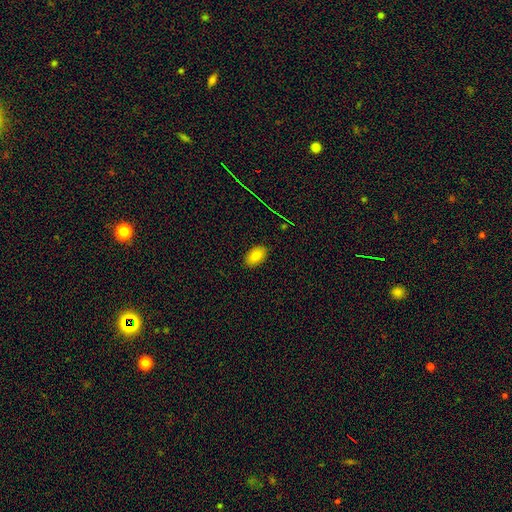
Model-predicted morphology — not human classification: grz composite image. It shows a smooth galaxy with no disk features (81%) that is in between round and cigar-shaped (92%). Merging: none (88%).